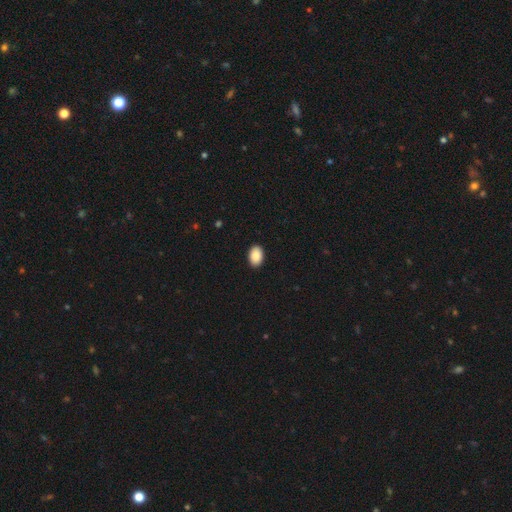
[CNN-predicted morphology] Overall: smooth (88%). How rounded: in between (87%). Merging: none (91%).